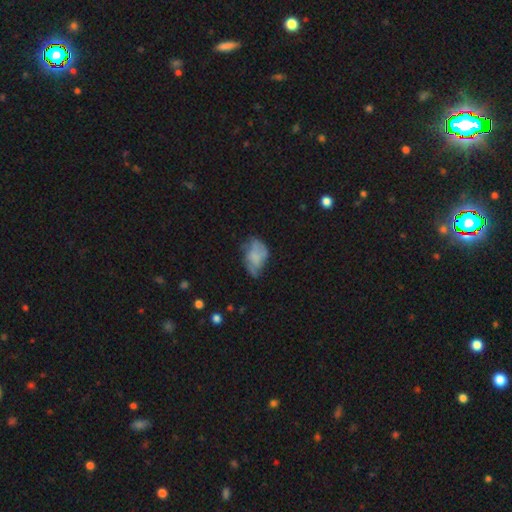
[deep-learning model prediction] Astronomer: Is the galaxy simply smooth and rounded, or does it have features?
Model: smooth — 55% (runner-up: featured or disk, 36%).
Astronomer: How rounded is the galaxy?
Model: in between — 86%.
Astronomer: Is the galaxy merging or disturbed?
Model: minor disturbance — 36% (runner-up: none, 35%).